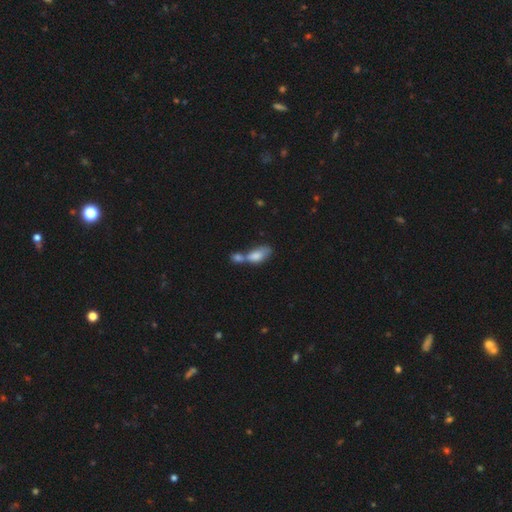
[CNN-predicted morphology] The model was most divided on "merging": merger: 69%, none: 16%, minor disturbance: 9%, major disturbance: 7%. More confident: how rounded — in between (85%); smooth or featured — smooth (77%).